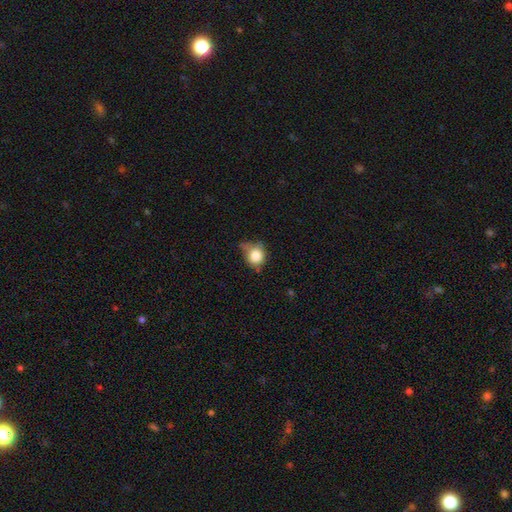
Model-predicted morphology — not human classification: Overall: smooth (81%). How rounded: round (76%). Merging: none (48%; minor disturbance 36%).